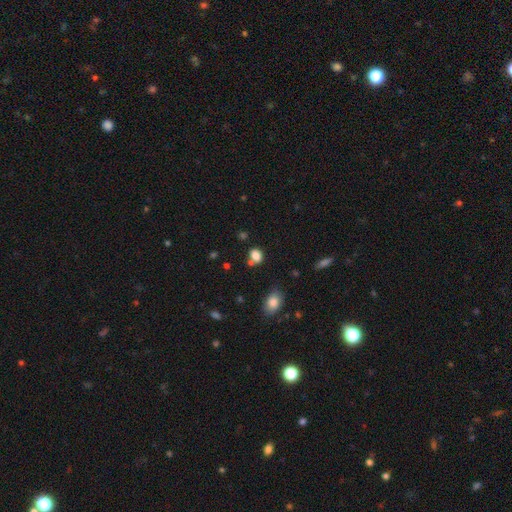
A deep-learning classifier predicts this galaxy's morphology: A smooth galaxy with no disk features (82%) that is in between round and cigar-shaped (66%).

Vote fractions:
- Smooth or featured? smooth: 82% / star or artifact: 12% / featured or disk: 6%
- How rounded? in between: 66% / round: 32% / cigar-shaped: 1%
- Merging? none: 59% / merger: 20% / minor disturbance: 16% / major disturbance: 5%